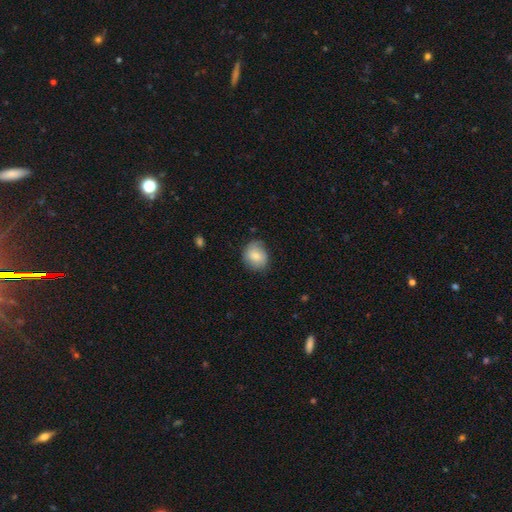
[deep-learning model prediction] Smooth or featured: smooth — 81% (featured or disk — 12%)
How rounded: round — 63% (in between — 37%)
Merging: none — 69% (minor disturbance — 25%)